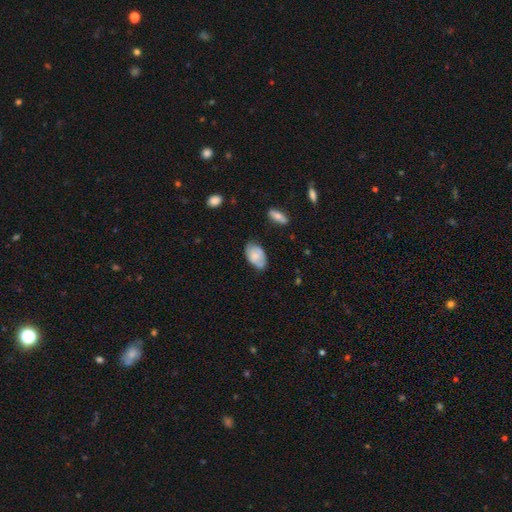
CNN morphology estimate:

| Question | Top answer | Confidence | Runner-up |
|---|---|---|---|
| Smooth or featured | smooth | 62% | featured or disk (30%) |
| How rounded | in between | 92% | round (7%) |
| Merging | none | 66% | minor disturbance (26%) |